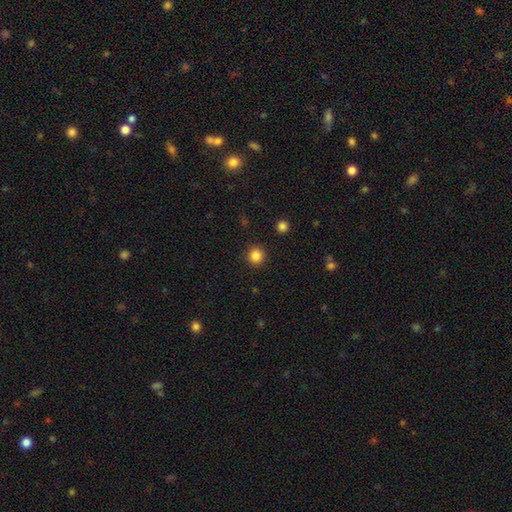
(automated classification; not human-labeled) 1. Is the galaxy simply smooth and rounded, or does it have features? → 85% smooth, 11% star or artifact, 4% featured or disk.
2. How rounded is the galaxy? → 94% round, 5% in between, 1% cigar-shaped.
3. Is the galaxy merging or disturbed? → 92% none, 5% minor disturbance, 2% major disturbance, 1% merger.